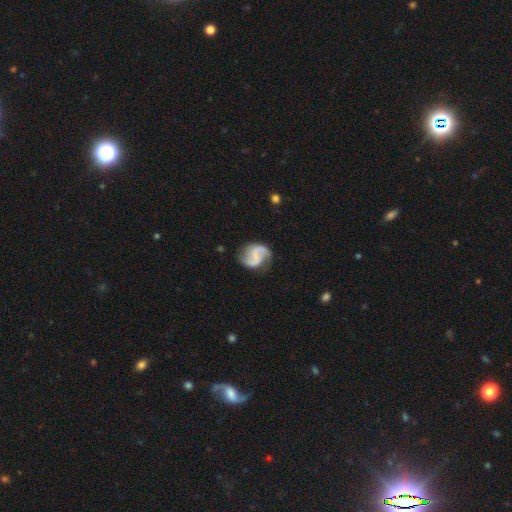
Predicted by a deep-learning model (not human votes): A featured or disk galaxy (83%) with a weak bar (42%), 2 (91%) loose (51%) spiral arms (96%) and no central bulge (60%). Merging: none (76%).